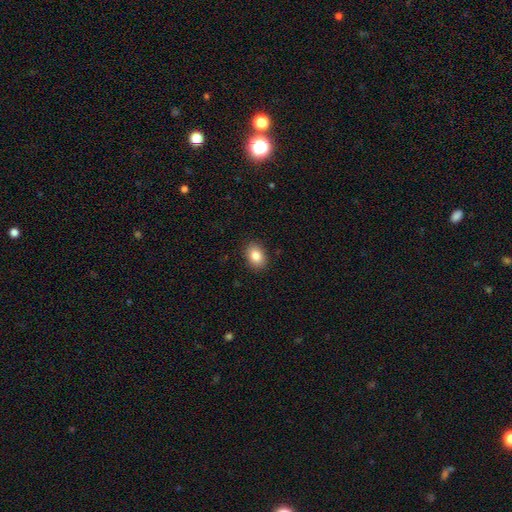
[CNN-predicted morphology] The model was most divided on "how rounded": in between: 72%, round: 27%, cigar-shaped: 1%. More confident: merging — none (89%); smooth or featured — smooth (85%).